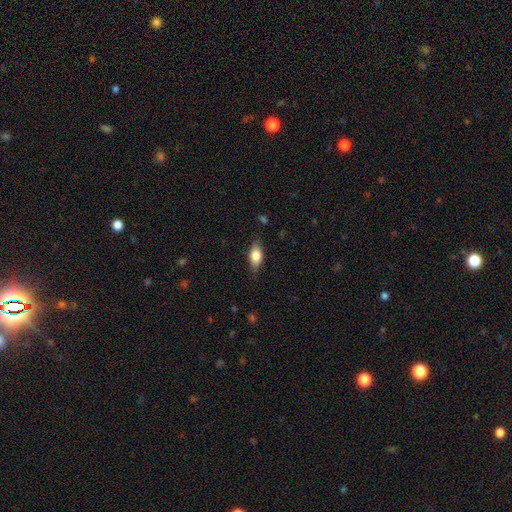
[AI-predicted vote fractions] Smooth or featured? smooth (78%)
How rounded? in between (85%)
Merging? none (79%)